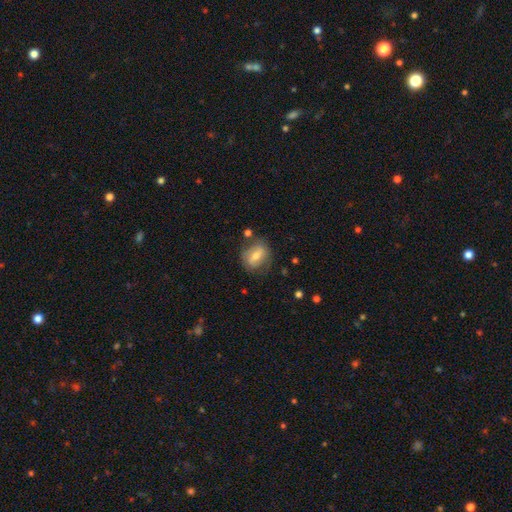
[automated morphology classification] Q: Smooth or featured?
A: smooth (50%); runner-up: featured or disk (42%)
Q: Merging?
A: none (70%); runner-up: minor disturbance (19%)